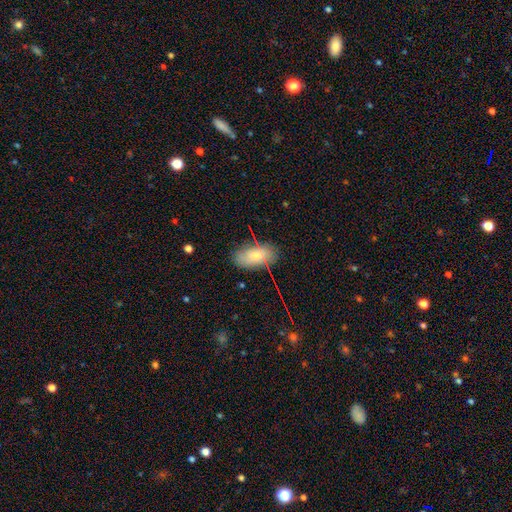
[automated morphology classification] A smooth galaxy with no disk features (76%) that is in between round and cigar-shaped (92%).

Vote fractions:
- Smooth or featured? smooth: 76% / featured or disk: 15% / star or artifact: 9%
- How rounded? in between: 92% / cigar-shaped: 4% / round: 3%
- Merging? none: 75% / minor disturbance: 18% / major disturbance: 5% / merger: 2%